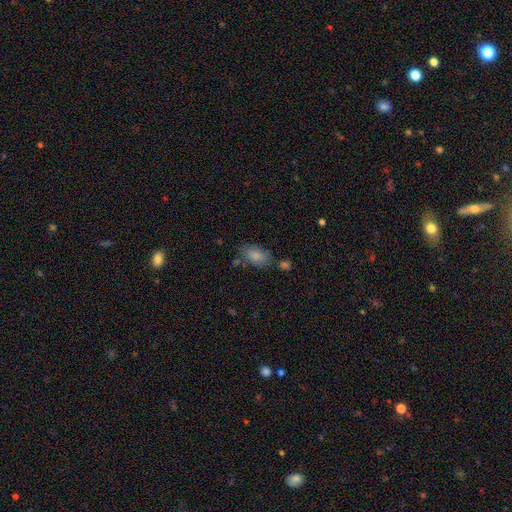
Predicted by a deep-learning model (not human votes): Smooth or featured? Predicted: smooth (p=0.84). How rounded? Predicted: in between (p=0.90). Merging? Predicted: none (p=0.62).